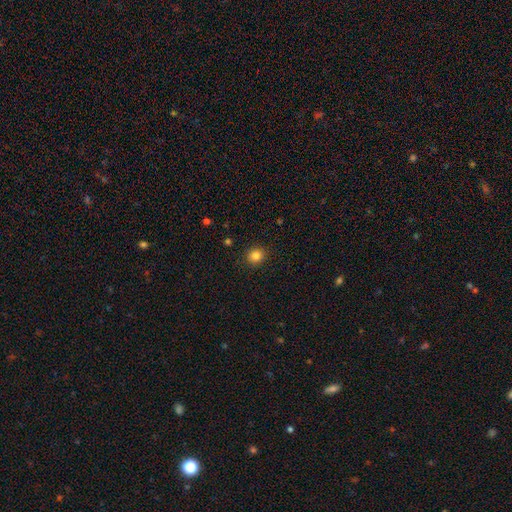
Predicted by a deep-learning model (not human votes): The model was most divided on "how rounded": round: 82%, in between: 17%, cigar-shaped: 1%. More confident: merging — none (91%); smooth or featured — smooth (83%).